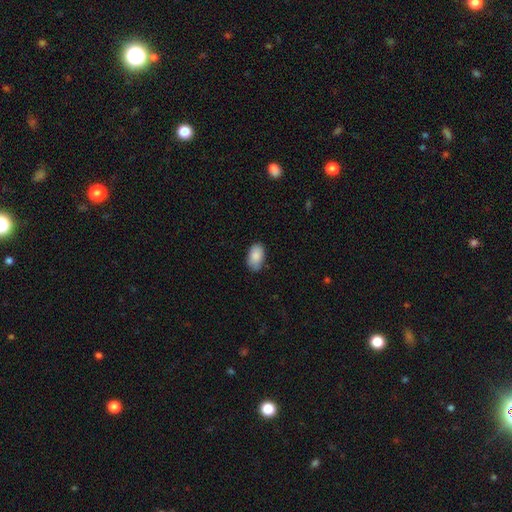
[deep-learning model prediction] The model was most divided on "merging": none: 79%, minor disturbance: 17%, major disturbance: 3%, merger: 1%. More confident: how rounded — in between (93%); smooth or featured — smooth (87%).